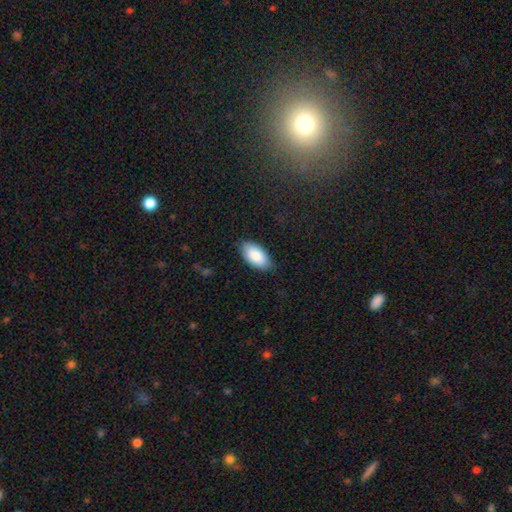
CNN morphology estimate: Q: Smooth or featured?
A: smooth (88%); runner-up: featured or disk (6%)
Q: How rounded?
A: in between (96%); runner-up: cigar-shaped (2%)
Q: Merging?
A: none (82%); runner-up: minor disturbance (14%)